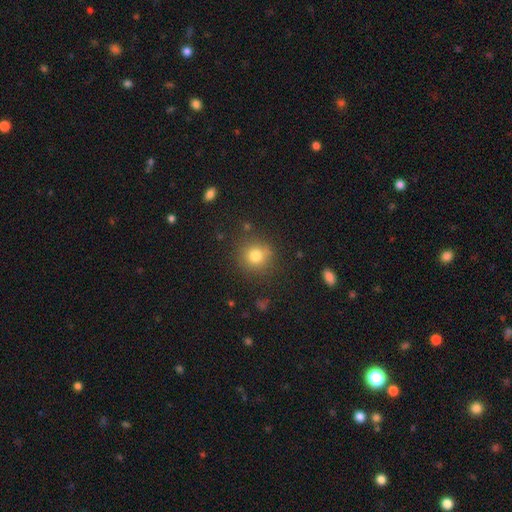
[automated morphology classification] This is likely a smooth galaxy (79%). How rounded: clearly round (90%). Merging: clearly none (84%).